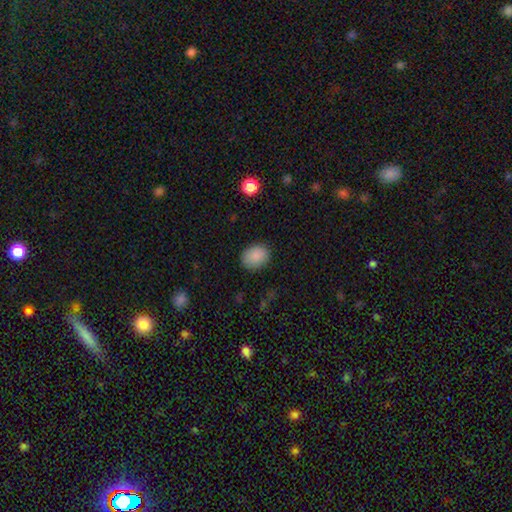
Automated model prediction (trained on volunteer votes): smooth-or-featured: smooth: 88% | star or artifact: 8% | featured or disk: 4%
  how-rounded: in between: 57% | round: 42% | cigar-shaped: 1%
  merging: none: 86% | minor disturbance: 11% | major disturbance: 3% | merger: 1%